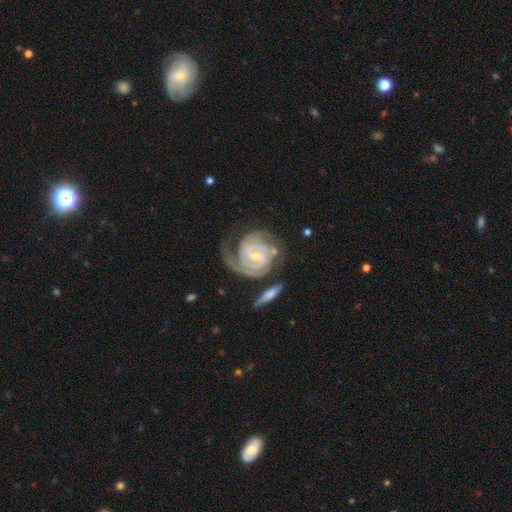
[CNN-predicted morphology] smooth-or-featured: featured or disk: 91% | smooth: 5% | star or artifact: 4%
  disk-edge-on: no: 97% | yes: 3%
    bar: weak: 52% | no: 31% | strong: 17%
    has-spiral-arms: yes: 98% | no: 2%
      spiral-winding: tight: 68% | medium: 27% | loose: 5%
      spiral-arm-count: 2: 48% | 3: 21% | can't tell: 16% | 1: 6% | 4: 5% | more than 4: 4%
    bulge-size: small: 60% | moderate: 36% | none: 2% | large: 1% | dominant: 1%
  merging: none: 52% | minor disturbance: 21% | major disturbance: 17% | merger: 10%